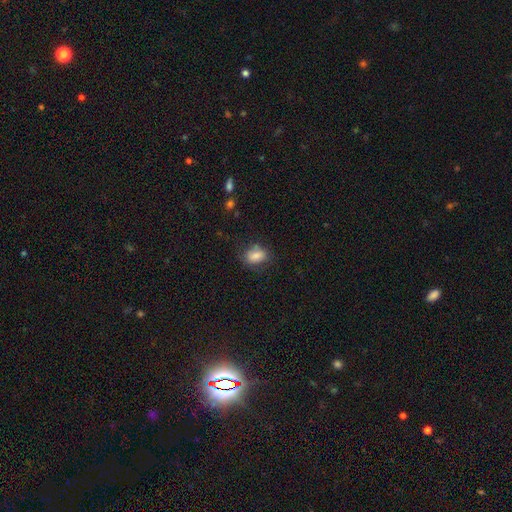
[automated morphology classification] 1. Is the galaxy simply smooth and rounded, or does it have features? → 80% smooth, 10% featured or disk, 9% star or artifact.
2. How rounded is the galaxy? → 74% in between, 23% round, 2% cigar-shaped.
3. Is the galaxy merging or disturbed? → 71% none, 20% minor disturbance, 6% major disturbance, 4% merger.